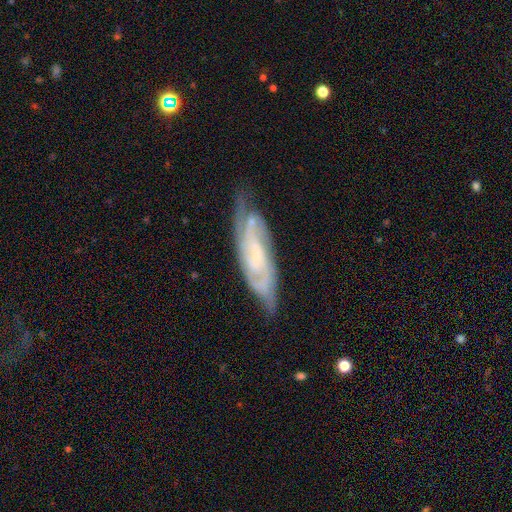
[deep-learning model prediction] A featured or disk galaxy (82%) with no bar (48%), 2 (41%) tight (54%) spiral arms (95%) and a small central bulge (62%). Merging: none (68%).